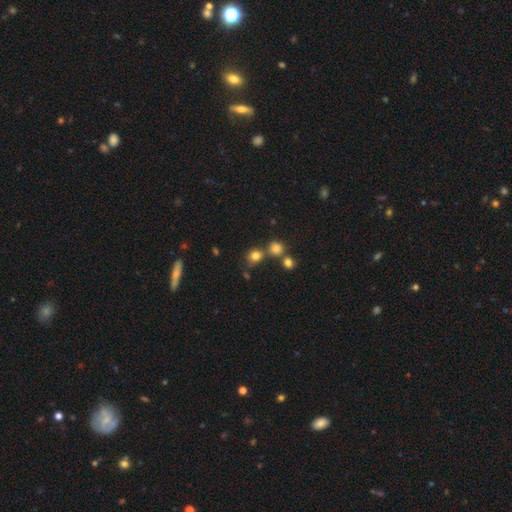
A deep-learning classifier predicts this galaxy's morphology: type=smooth (78%); roundness=round (78%); merging=none (61%).